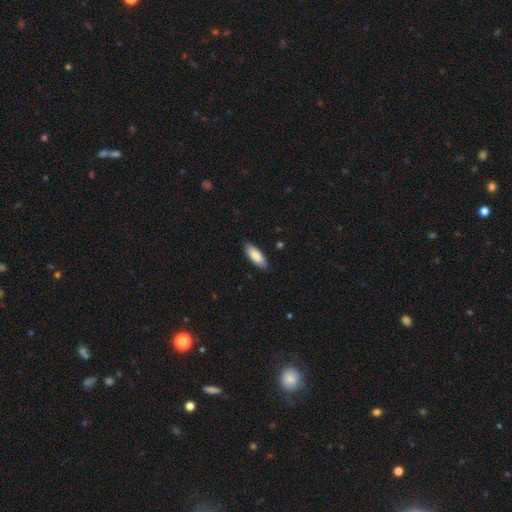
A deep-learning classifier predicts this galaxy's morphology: type=smooth (84%); roundness=in between (72%); merging=none (87%).